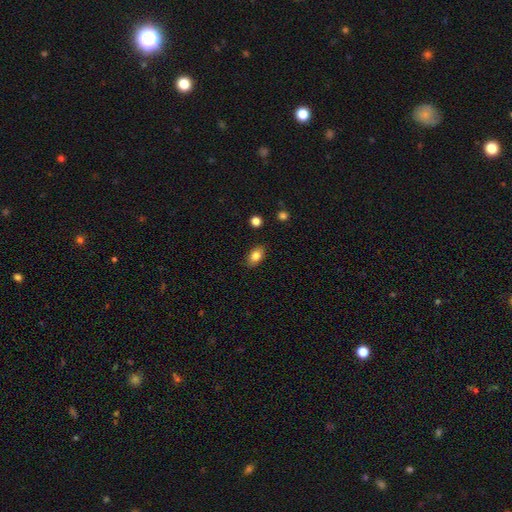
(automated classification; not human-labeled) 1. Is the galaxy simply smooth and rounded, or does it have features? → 83% smooth, 9% featured or disk, 8% star or artifact.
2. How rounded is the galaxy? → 86% in between, 12% round, 2% cigar-shaped.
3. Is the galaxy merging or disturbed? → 86% none, 10% minor disturbance, 2% major disturbance, 1% merger.